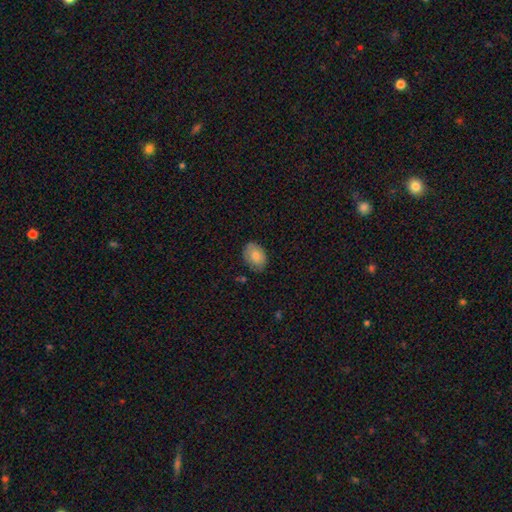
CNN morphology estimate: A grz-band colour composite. It shows a smooth galaxy with no disk features (79%) that is in between round and cigar-shaped (75%). Merging: none (75%).